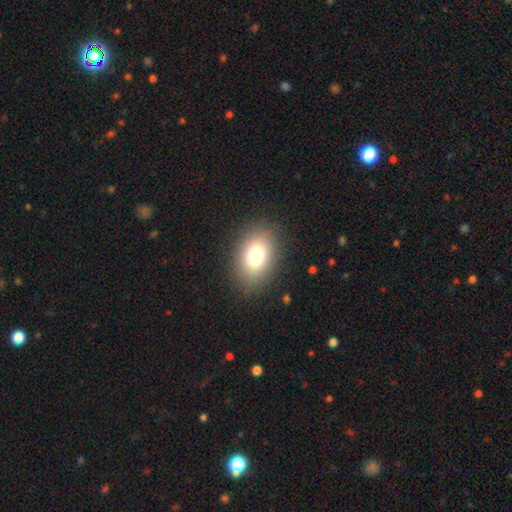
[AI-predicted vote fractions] A smooth galaxy with no disk features (75%) that is in between round and cigar-shaped (72%).

Vote fractions:
- Smooth or featured? smooth: 75% / star or artifact: 13% / featured or disk: 12%
- How rounded? in between: 72% / round: 27% / cigar-shaped: 1%
- Merging? none: 85% / minor disturbance: 10% / major disturbance: 4% / merger: 1%